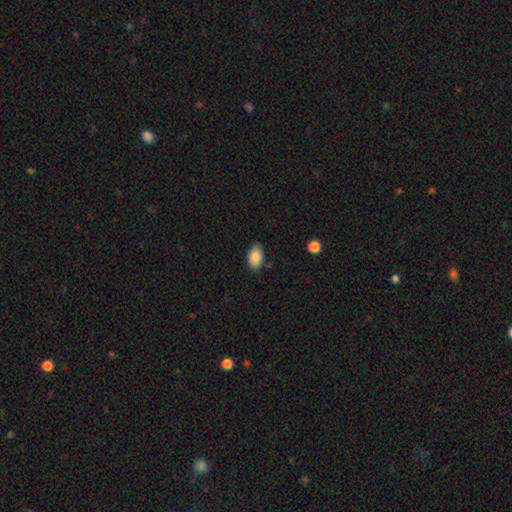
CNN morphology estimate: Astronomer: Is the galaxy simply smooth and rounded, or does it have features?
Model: smooth — 88%.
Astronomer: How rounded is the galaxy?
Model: in between — 89%.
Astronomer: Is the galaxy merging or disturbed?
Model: none — 83%.